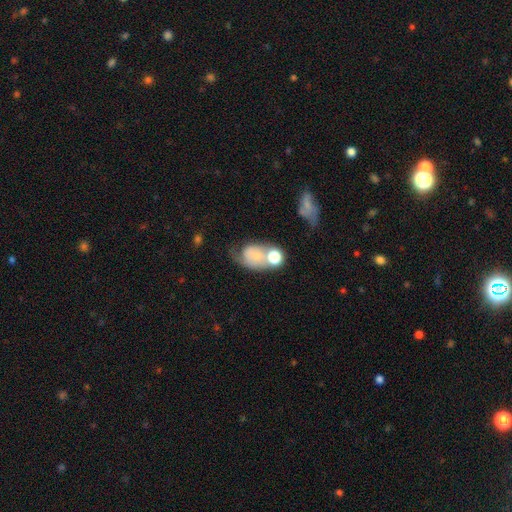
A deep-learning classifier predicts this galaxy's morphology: Smooth or featured?
  - smooth: 48% *
  - featured or disk: 41%
  - star or artifact: 11%
Merging?
  - merger: 34% *
  - none: 26%
  - major disturbance: 20%
  - minor disturbance: 20%